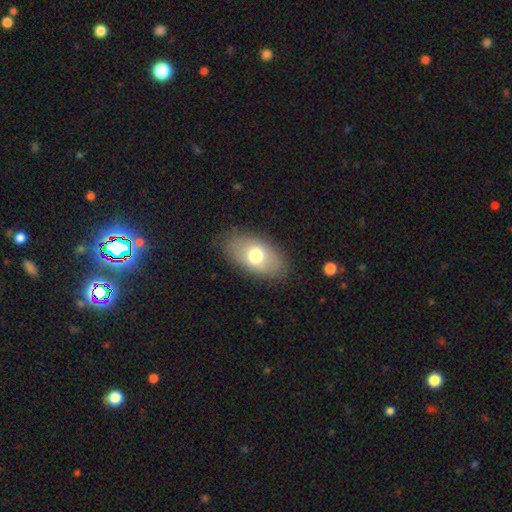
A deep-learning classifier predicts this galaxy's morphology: Smooth or featured? smooth (70%)
How rounded? in between (91%)
Merging? none (83%)